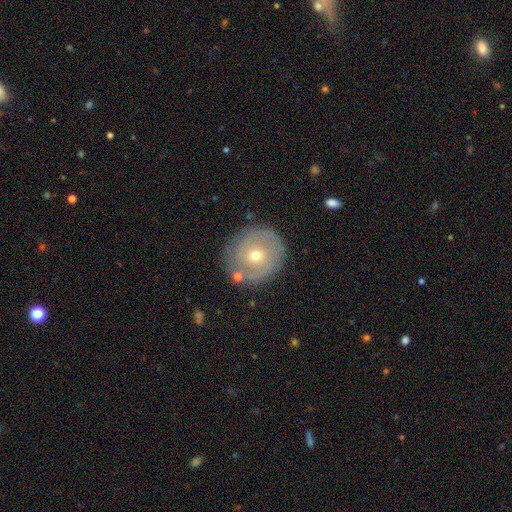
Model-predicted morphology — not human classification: type=featured or disk (57%); edge-on=no (96%); bar=no (81%); spiral arms=no (50%, tied with yes); bulge=moderate (51%); merging=none (79%).